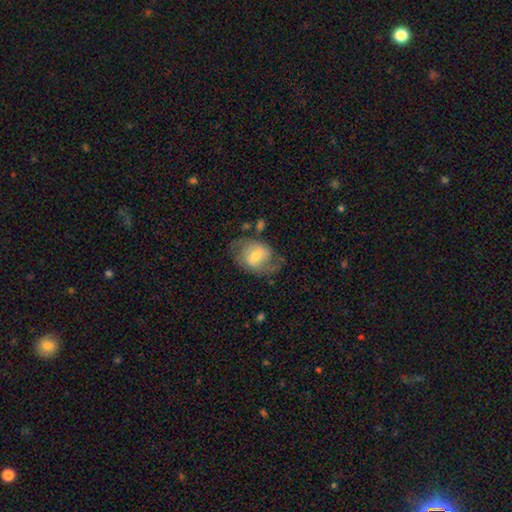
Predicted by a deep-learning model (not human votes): Q: Smooth or featured?
A: featured or disk (58%); runner-up: smooth (35%)
Q: Edge-on disk?
A: no (96%); runner-up: yes (4%)
Q: Bar?
A: weak (49%); runner-up: no (29%)
Q: Spiral arms?
A: yes (74%); runner-up: no (26%)
Q: Bulge size?
A: moderate (56%); runner-up: small (34%)
Q: Merging?
A: none (59%); runner-up: minor disturbance (22%)